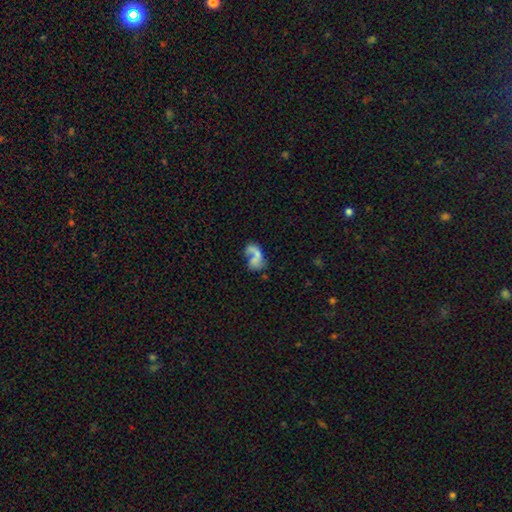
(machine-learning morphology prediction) A featured or disk galaxy (46%).

Vote fractions:
- Smooth or featured? featured or disk: 46% / smooth: 43% / star or artifact: 11%
- Merging? merger: 42% / major disturbance: 24% / none: 21% / minor disturbance: 13%